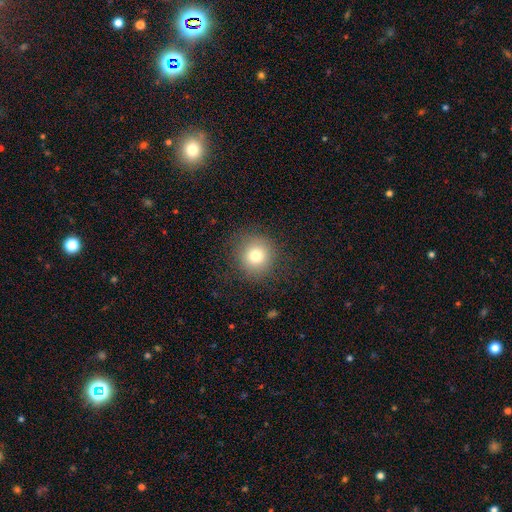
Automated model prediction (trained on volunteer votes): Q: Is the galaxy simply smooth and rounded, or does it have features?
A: smooth — 76%.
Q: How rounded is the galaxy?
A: round — 93%.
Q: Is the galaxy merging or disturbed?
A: none — 86%.